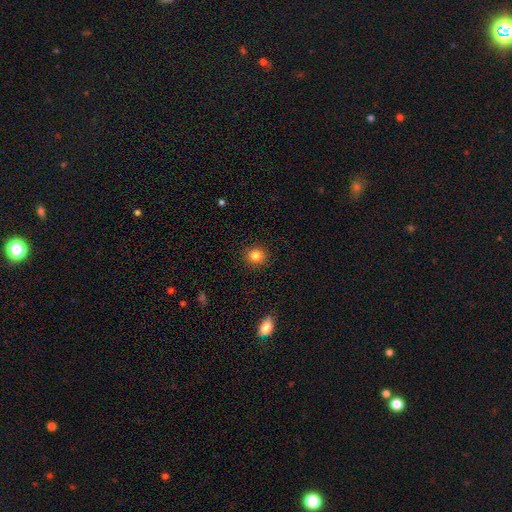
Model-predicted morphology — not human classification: Overall: smooth (84%). How rounded: round (86%). Merging: none (91%).